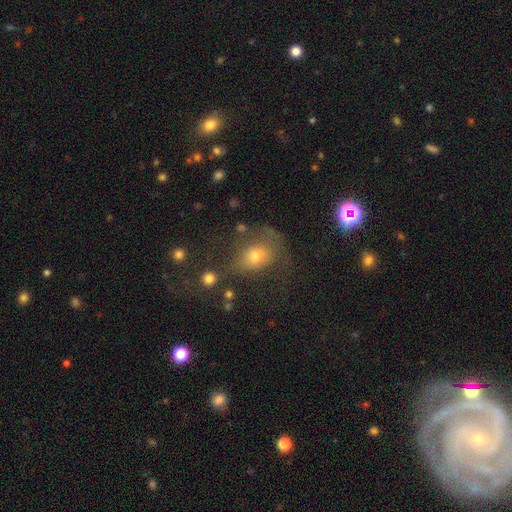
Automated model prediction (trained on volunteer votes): smooth 62%, featured or disk 21%, star or artifact 16%. Down the decision tree: how rounded — in between (55%); merging — none (42%).